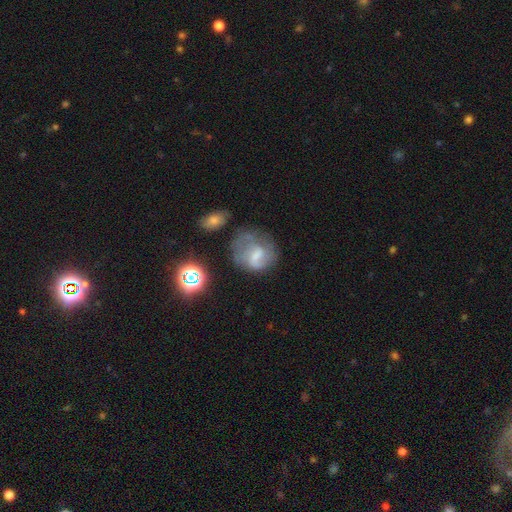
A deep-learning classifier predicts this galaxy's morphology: smooth-or-featured: featured or disk: 51% | smooth: 36% | star or artifact: 12%
  disk-edge-on: no: 97% | yes: 3%
  merging: none: 44% | major disturbance: 26% | minor disturbance: 23% | merger: 7%